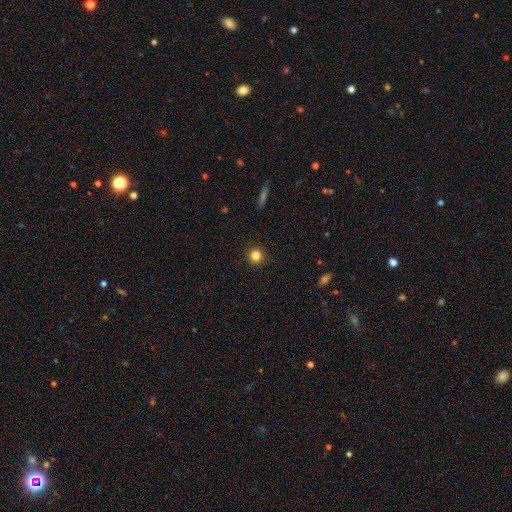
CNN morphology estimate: Smooth or featured?
  - smooth: 83% *
  - star or artifact: 12%
  - featured or disk: 5%
How rounded?
  - round: 95% *
  - in between: 4%
  - cigar-shaped: 1%
Merging?
  - none: 92% *
  - minor disturbance: 5%
  - major disturbance: 2%
  - merger: 1%